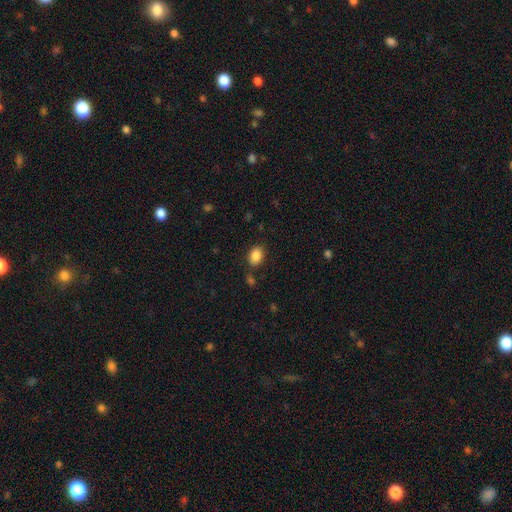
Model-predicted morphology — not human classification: Smooth or featured? Predicted: smooth (p=0.87). How rounded? Predicted: in between (p=0.80). Merging? Predicted: none (p=0.79).